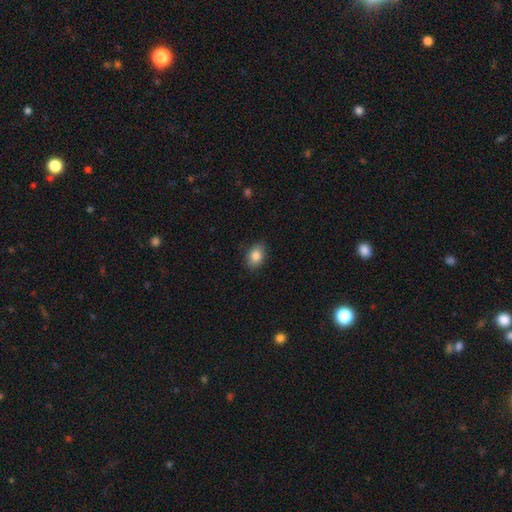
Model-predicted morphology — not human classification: Q: Smooth or featured?
A: smooth (86%); runner-up: star or artifact (8%)
Q: How rounded?
A: in between (77%); runner-up: round (21%)
Q: Merging?
A: none (86%); runner-up: minor disturbance (11%)